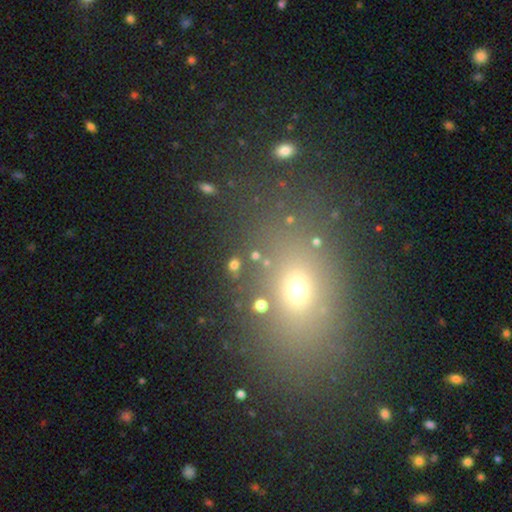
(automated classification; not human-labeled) The model was most divided on "smooth or featured": smooth: 65%, star or artifact: 27%, featured or disk: 8%. More confident: merging — none (80%); how rounded — round (68%).